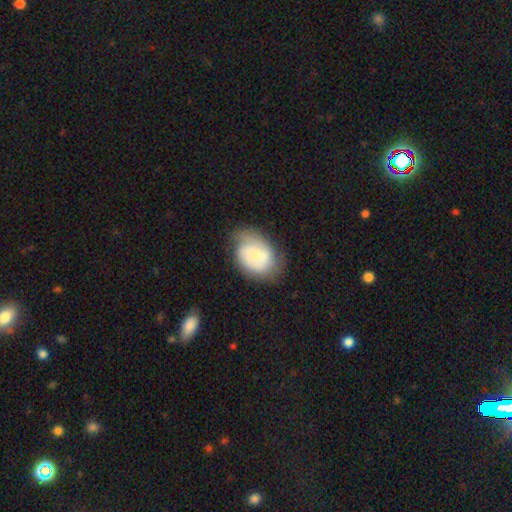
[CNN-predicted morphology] This appears to be a smooth galaxy with no disk features (47%). Merging: none (57%).